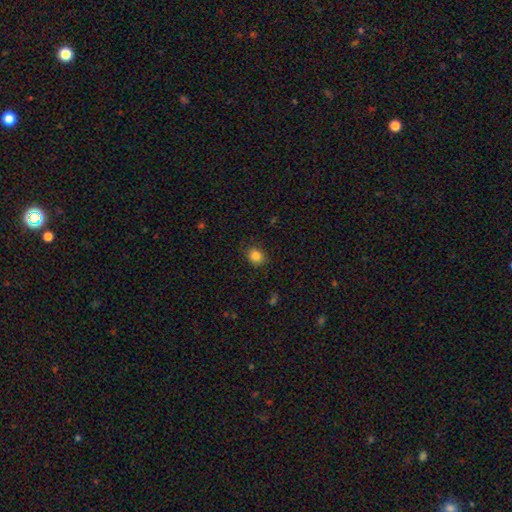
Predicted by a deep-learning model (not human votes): Q: Smooth or featured?
A: smooth (85%); runner-up: star or artifact (11%)
Q: How rounded?
A: round (69%); runner-up: in between (31%)
Q: Merging?
A: none (85%); runner-up: minor disturbance (11%)